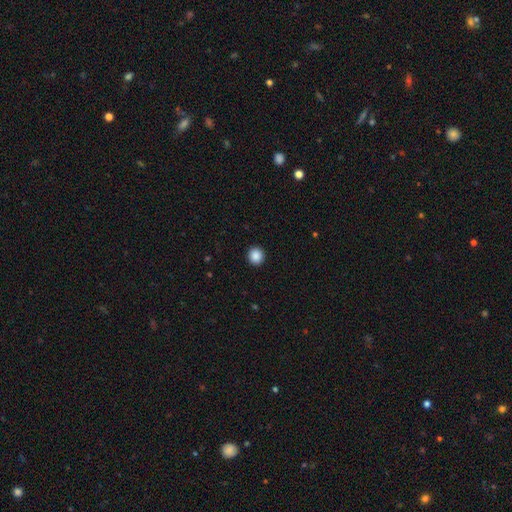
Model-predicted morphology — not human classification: Smooth or featured?
  - smooth: 88% *
  - star or artifact: 9%
  - featured or disk: 3%
How rounded?
  - round: 90% *
  - in between: 9%
  - cigar-shaped: 1%
Merging?
  - none: 93% *
  - minor disturbance: 4%
  - major disturbance: 2%
  - merger: 1%